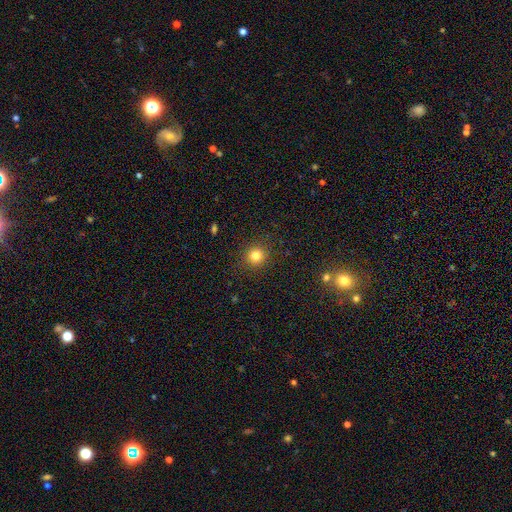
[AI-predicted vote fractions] Smooth or featured? Predicted: smooth (p=0.81). How rounded? Predicted: round (p=0.92). Merging? Predicted: none (p=0.90).